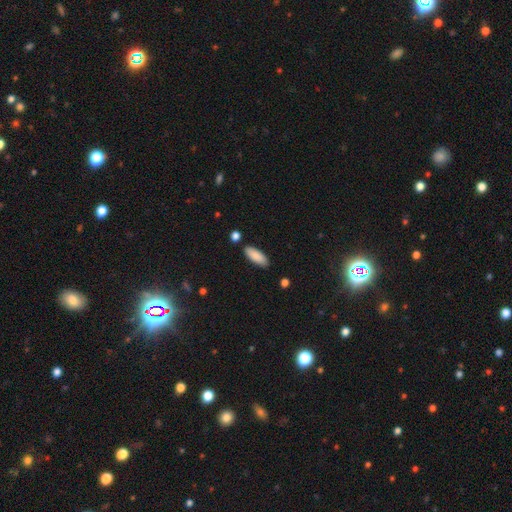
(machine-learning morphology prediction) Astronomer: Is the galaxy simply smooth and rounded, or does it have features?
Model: smooth — 87%.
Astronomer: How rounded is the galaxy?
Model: in between — 73%.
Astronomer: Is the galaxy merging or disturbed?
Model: none — 83%.